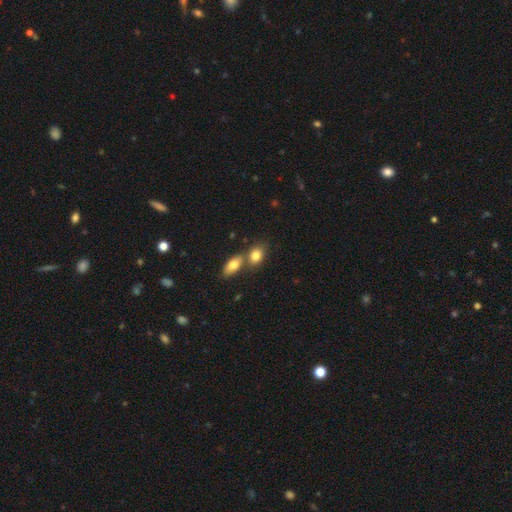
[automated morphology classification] Smooth or featured? Predicted: smooth (p=0.82). How rounded? Predicted: in between (p=0.75). Merging? Predicted: merger (p=0.48).